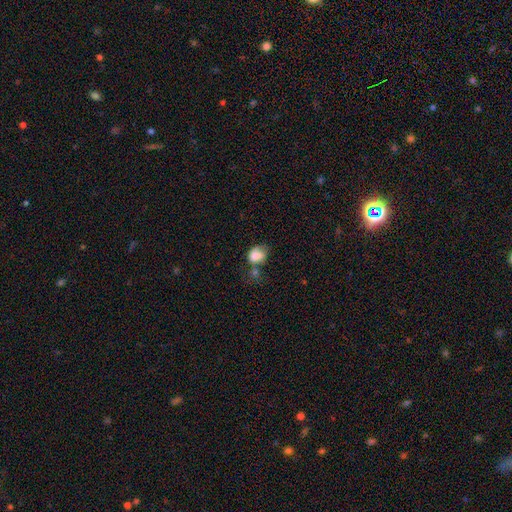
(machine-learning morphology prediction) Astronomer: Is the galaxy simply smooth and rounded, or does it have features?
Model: smooth — 78%.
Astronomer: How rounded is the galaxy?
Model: in between — 56% (runner-up: round, 43%).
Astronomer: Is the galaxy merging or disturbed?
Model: none — 31% (runner-up: minor disturbance, 28%).